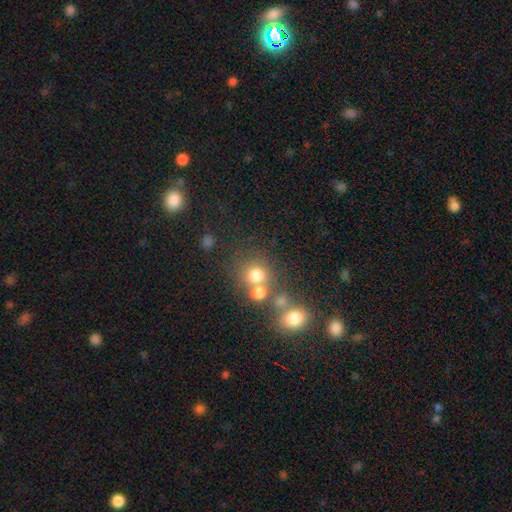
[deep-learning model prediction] This appears to be a smooth galaxy with no disk features (56%) that is round (84%). Merging: none (59%).